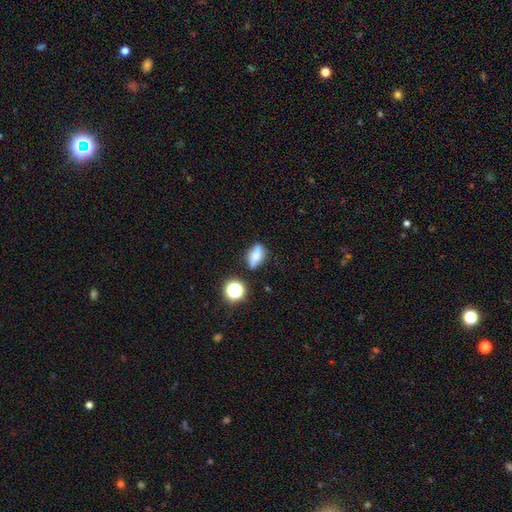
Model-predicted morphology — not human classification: Smooth or featured? smooth (58%)
How rounded? in between (67%)
Merging? none (73%)